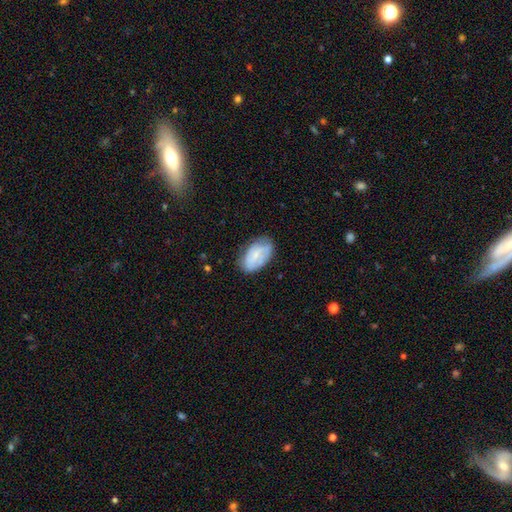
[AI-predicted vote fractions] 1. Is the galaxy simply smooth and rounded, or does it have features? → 51% smooth, 41% featured or disk, 7% star or artifact.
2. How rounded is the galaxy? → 92% in between, 6% round, 2% cigar-shaped.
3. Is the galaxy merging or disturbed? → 68% none, 24% minor disturbance, 6% major disturbance, 2% merger.